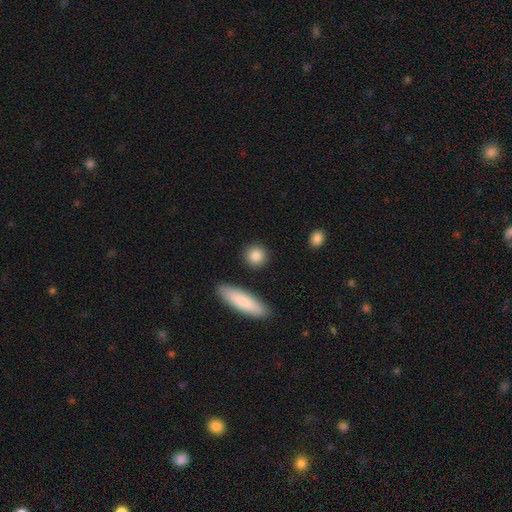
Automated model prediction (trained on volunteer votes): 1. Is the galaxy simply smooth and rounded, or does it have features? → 86% smooth, 7% star or artifact, 7% featured or disk.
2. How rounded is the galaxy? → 83% round, 13% in between, 4% cigar-shaped.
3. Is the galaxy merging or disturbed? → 89% none, 6% minor disturbance, 3% merger, 2% major disturbance.